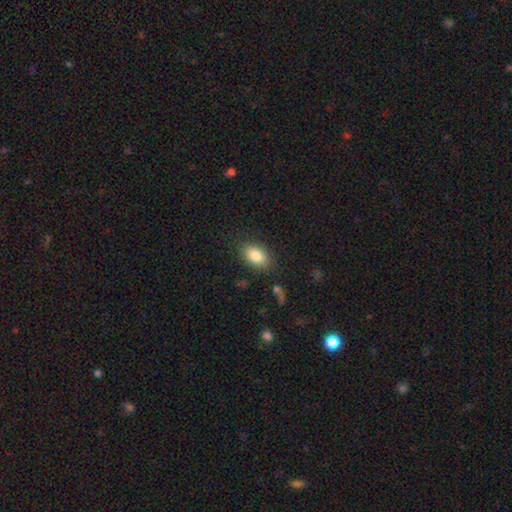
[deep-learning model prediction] Overall: smooth (83%). How rounded: in between (86%). Merging: none (84%).